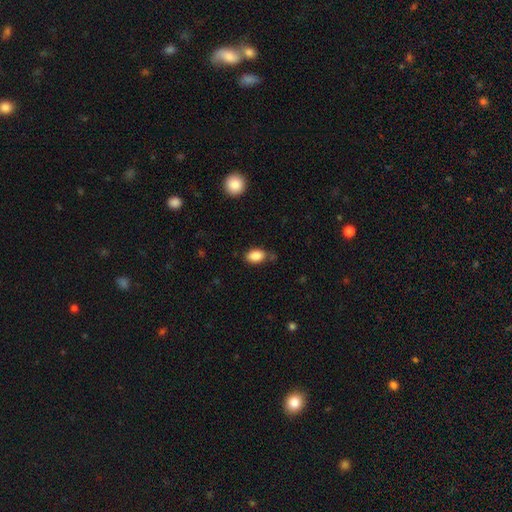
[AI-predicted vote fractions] Overall: smooth (88%). How rounded: in between (90%). Merging: none (69%).